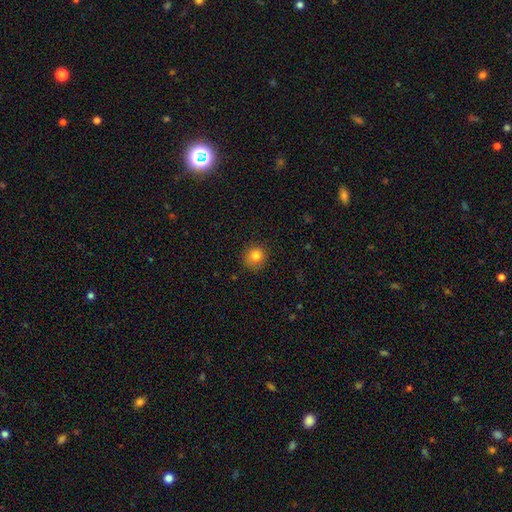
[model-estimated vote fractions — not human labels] Q: Smooth or featured?
A: smooth (82%); runner-up: star or artifact (12%)
Q: How rounded?
A: round (90%); runner-up: in between (9%)
Q: Merging?
A: none (88%); runner-up: minor disturbance (8%)